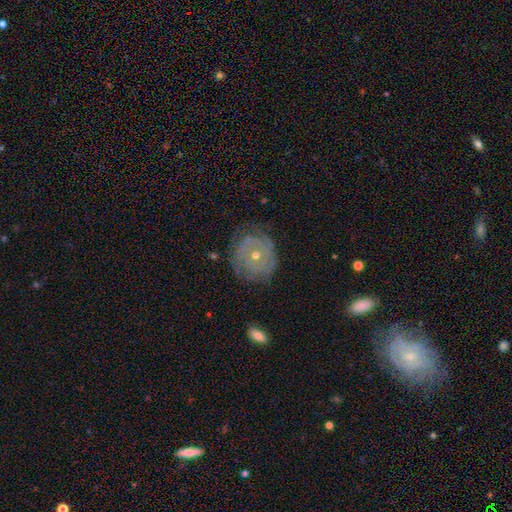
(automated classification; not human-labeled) featured or disk 70%, smooth 21%, star or artifact 9%. Down the decision tree: edge-on disk — no (97%); bar — no (85%); spiral arms — yes (77%); spiral arm count — can't tell (50%); spiral winding — tight (75%); bulge size — small (59%); merging — none (72%).